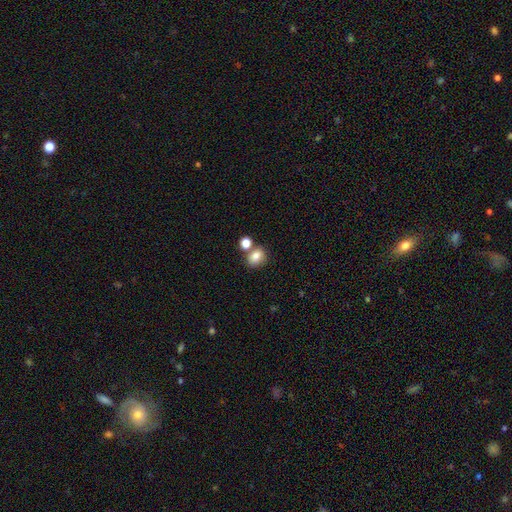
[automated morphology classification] smooth 81%, star or artifact 11%, featured or disk 8%. Down the decision tree: how rounded — round (53%); merging — none (58%).